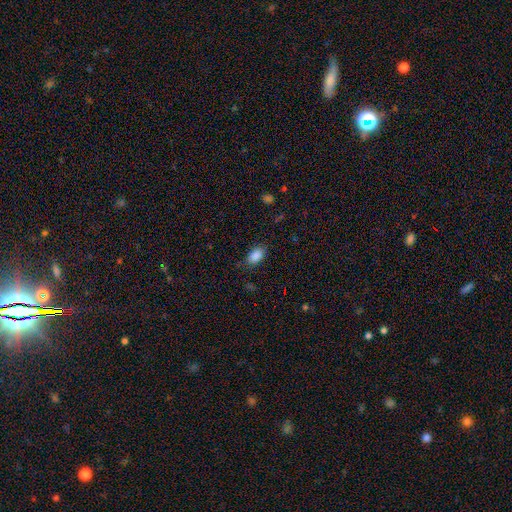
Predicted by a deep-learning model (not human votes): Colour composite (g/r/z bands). It shows a smooth galaxy with no disk features (88%) that is in between round and cigar-shaped (92%). Merging: none (79%).